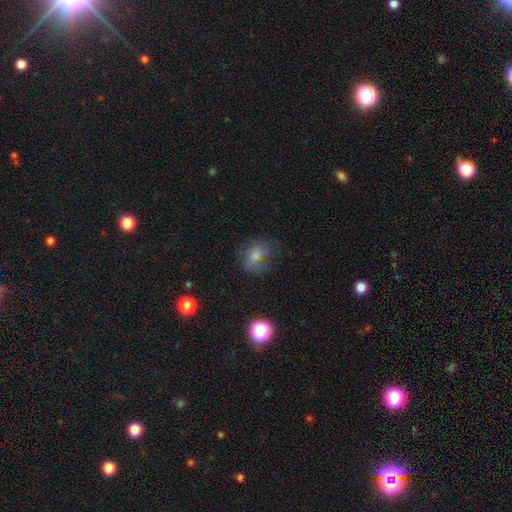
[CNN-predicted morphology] A smooth galaxy with no disk features (69%) that is in between round and cigar-shaped (53%).

Vote fractions:
- Smooth or featured? smooth: 69% / featured or disk: 17% / star or artifact: 14%
- How rounded? in between: 53% / round: 46% / cigar-shaped: 1%
- Merging? none: 53% / minor disturbance: 25% / major disturbance: 19% / merger: 3%